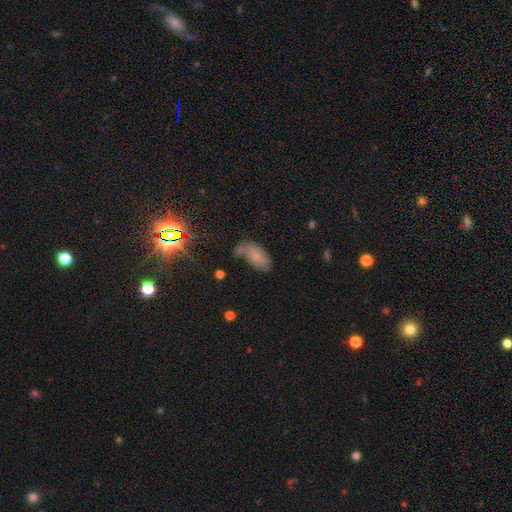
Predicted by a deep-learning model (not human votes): Smooth or featured? smooth (66%)
How rounded? in between (93%)
Merging? none (47%)